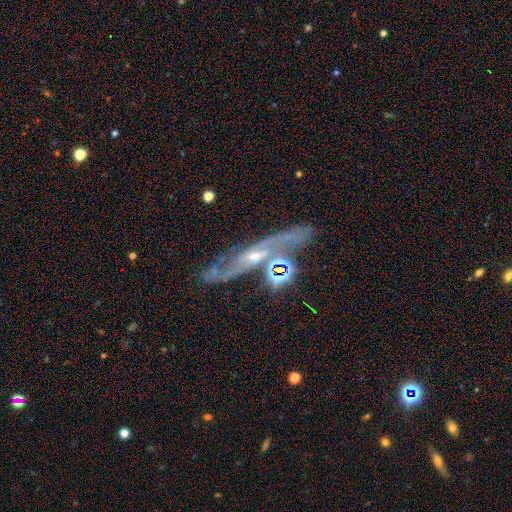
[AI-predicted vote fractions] The model was most divided on "bar": no: 42%, weak: 37%, strong: 21%. Remaining: spiral arms — yes (93%); smooth or featured — featured or disk (82%); spiral arm count — 2 (81%); edge-on disk — no (70%); merging — none (61%); bulge size — small (54%); spiral winding — medium (43%).